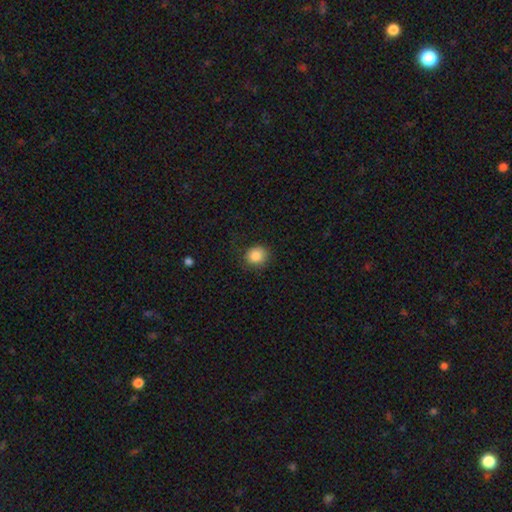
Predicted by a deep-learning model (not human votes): smooth-or-featured: smooth: 86% | star or artifact: 9% | featured or disk: 4%
  how-rounded: round: 77% | in between: 22% | cigar-shaped: 1%
  merging: none: 80% | minor disturbance: 14% | major disturbance: 5% | merger: 1%